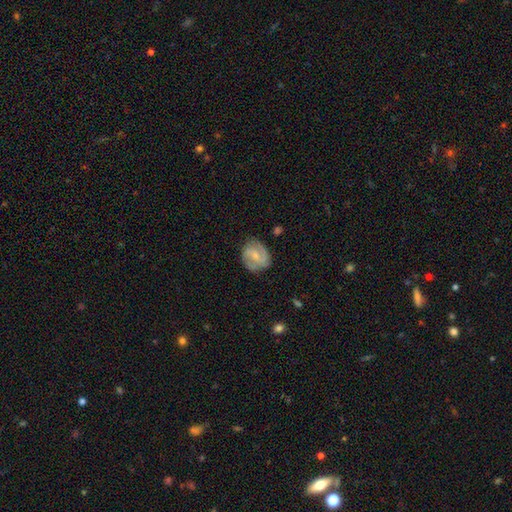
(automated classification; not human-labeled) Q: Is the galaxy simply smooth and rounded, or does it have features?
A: featured or disk — 73%.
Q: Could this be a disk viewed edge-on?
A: no — 98%.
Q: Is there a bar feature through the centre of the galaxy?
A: weak — 52%.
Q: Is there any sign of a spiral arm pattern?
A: yes — 92%.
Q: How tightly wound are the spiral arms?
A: medium — 48%.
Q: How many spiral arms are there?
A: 2 — 80%.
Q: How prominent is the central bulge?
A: small — 59%.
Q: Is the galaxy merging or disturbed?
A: none — 73%.